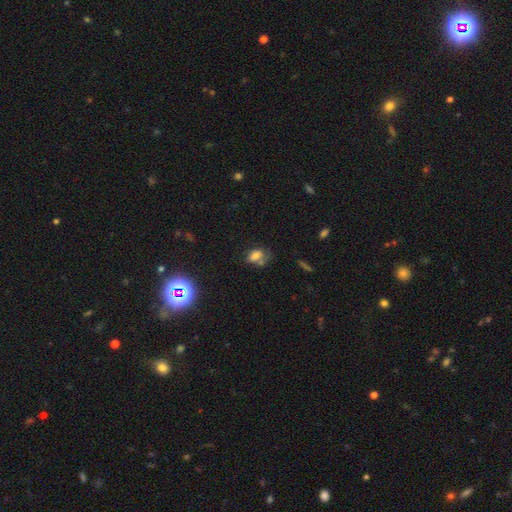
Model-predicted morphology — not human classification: Overall: smooth (68%). How rounded: in between (84%). Merging: none (42%; minor disturbance 24%).